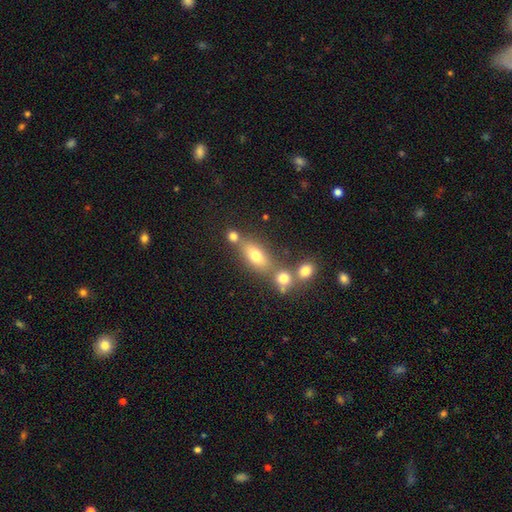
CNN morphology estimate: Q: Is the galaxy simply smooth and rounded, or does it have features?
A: smooth — 69%.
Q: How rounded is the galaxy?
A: in between — 69%.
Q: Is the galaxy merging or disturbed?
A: none — 53%.